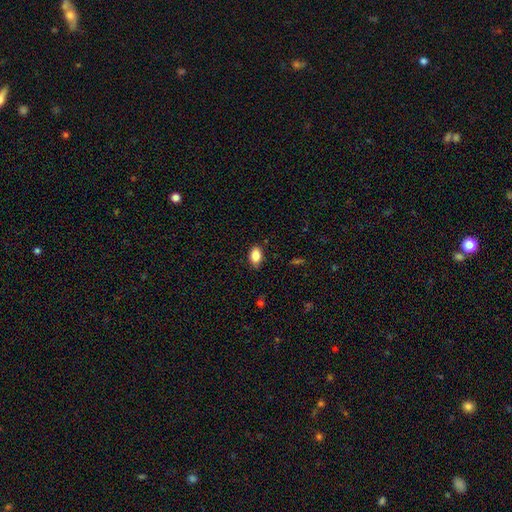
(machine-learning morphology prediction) smooth-or-featured: smooth: 86% | star or artifact: 8% | featured or disk: 6%
  how-rounded: in between: 87% | round: 12% | cigar-shaped: 2%
  merging: none: 82% | minor disturbance: 14% | major disturbance: 3% | merger: 1%